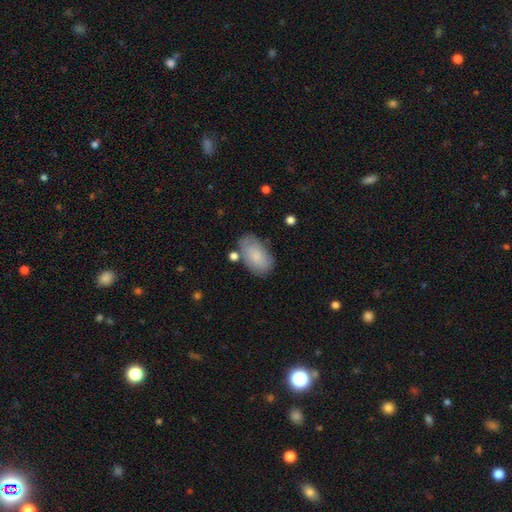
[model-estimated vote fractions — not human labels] Smooth or featured?
  - smooth: 78% *
  - featured or disk: 16%
  - star or artifact: 6%
How rounded?
  - in between: 93% *
  - round: 5%
  - cigar-shaped: 2%
Merging?
  - none: 70% *
  - minor disturbance: 20%
  - merger: 6%
  - major disturbance: 5%